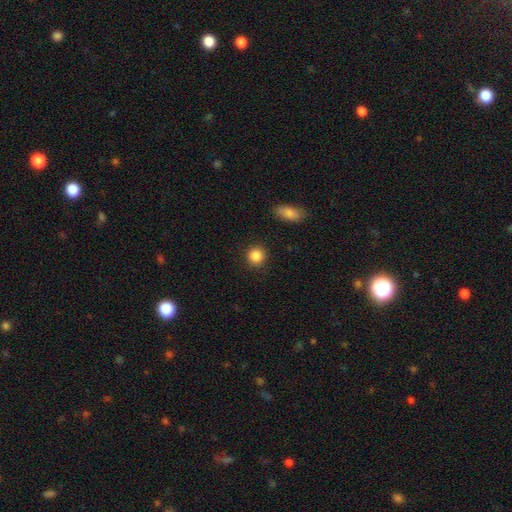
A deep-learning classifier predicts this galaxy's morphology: type=smooth (87%); roundness=round (90%); merging=none (89%).